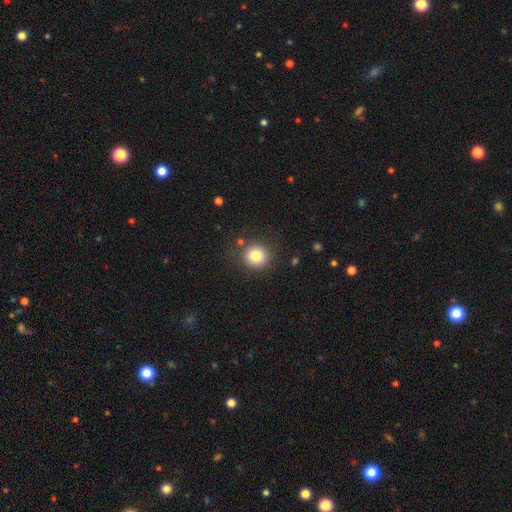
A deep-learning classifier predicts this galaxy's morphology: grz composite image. It shows a smooth galaxy with no disk features (82%) that is round (92%). Merging: none (85%).